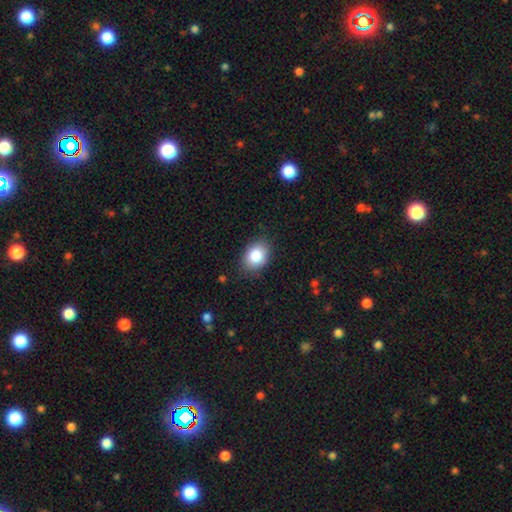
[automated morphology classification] Smooth or featured?
  - smooth: 84% *
  - star or artifact: 9%
  - featured or disk: 8%
How rounded?
  - in between: 67% *
  - round: 32%
  - cigar-shaped: 1%
Merging?
  - none: 84% *
  - minor disturbance: 12%
  - major disturbance: 3%
  - merger: 1%